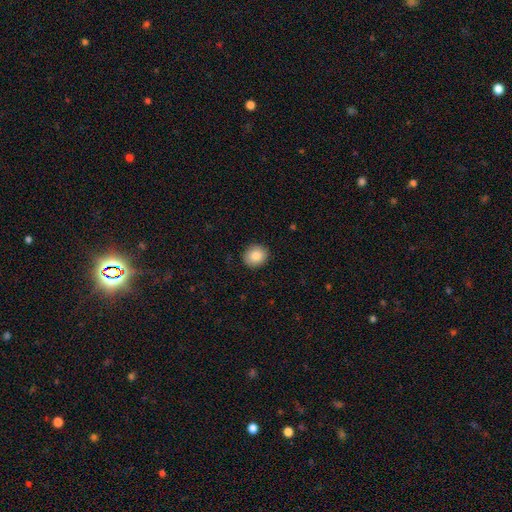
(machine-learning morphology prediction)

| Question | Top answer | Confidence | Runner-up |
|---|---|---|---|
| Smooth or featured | smooth | 85% | star or artifact (8%) |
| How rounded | round | 76% | in between (23%) |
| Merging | none | 90% | minor disturbance (7%) |